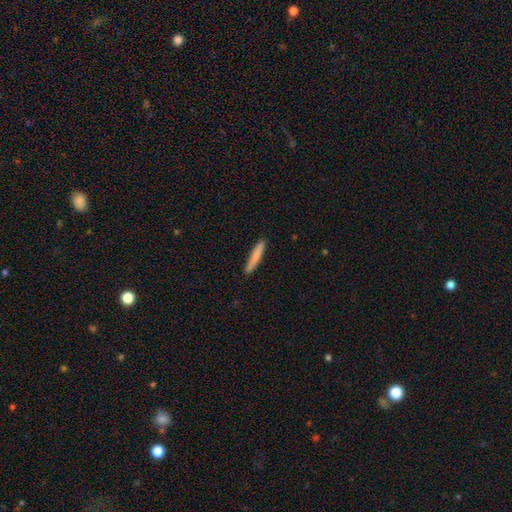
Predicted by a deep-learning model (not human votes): This appears to be a smooth galaxy with no disk features (82%) that is cigar-shaped (93%). Merging: none (90%).